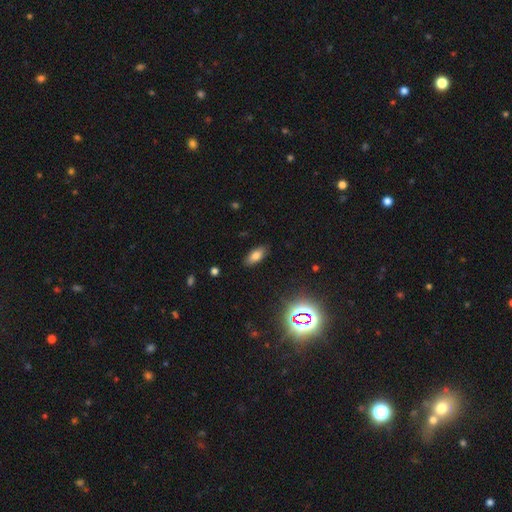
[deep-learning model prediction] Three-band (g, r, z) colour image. It shows a smooth galaxy with no disk features (73%) that is in between round and cigar-shaped (85%). Merging: none (87%).